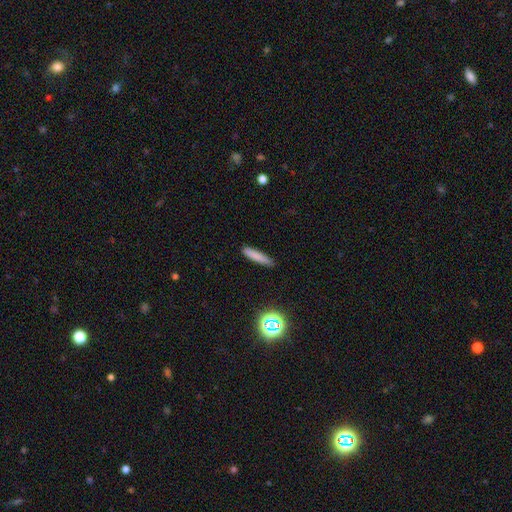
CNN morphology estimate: type=smooth (80%); roundness=cigar-shaped (87%); merging=none (87%).